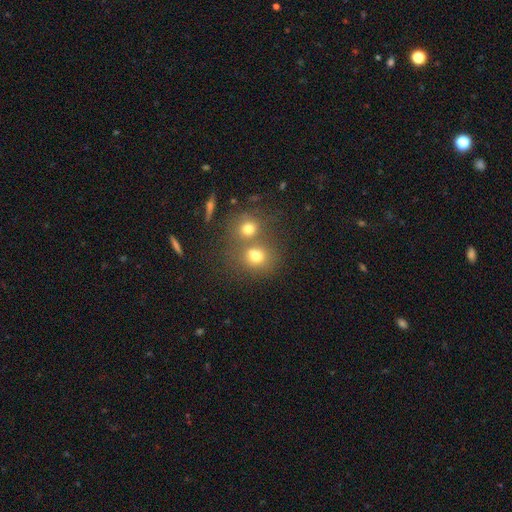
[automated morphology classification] Q: Smooth or featured?
A: smooth (72%); runner-up: star or artifact (15%)
Q: How rounded?
A: round (74%); runner-up: in between (25%)
Q: Merging?
A: merger (45%); runner-up: none (43%)